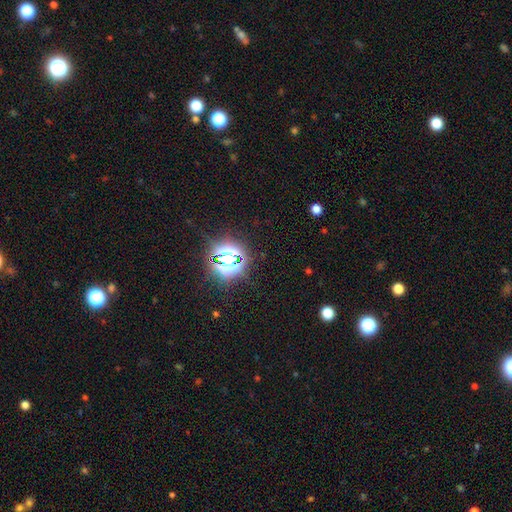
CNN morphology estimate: Q: Smooth or featured?
A: star or artifact (79%); runner-up: smooth (14%)